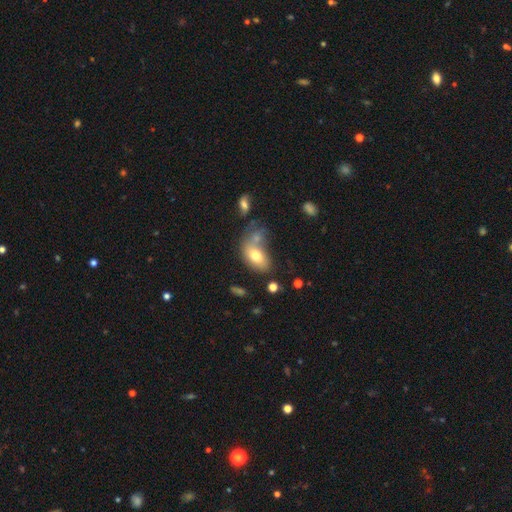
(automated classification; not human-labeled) Smooth or featured? Predicted: smooth (p=0.71). How rounded? Predicted: in between (p=0.88). Merging? Predicted: merger (p=0.37).